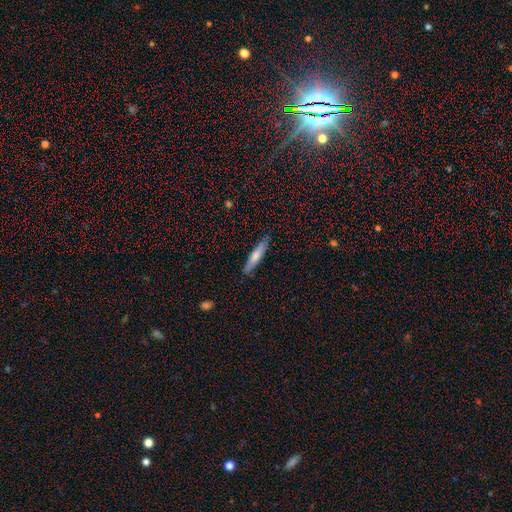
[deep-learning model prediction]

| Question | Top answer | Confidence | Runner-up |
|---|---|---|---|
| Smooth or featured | smooth | 68% | featured or disk (26%) |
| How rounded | cigar-shaped | 86% | in between (12%) |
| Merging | none | 86% | minor disturbance (11%) |